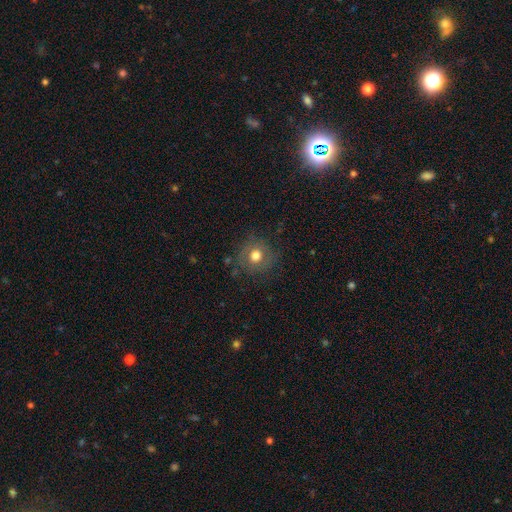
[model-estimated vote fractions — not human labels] Smooth or featured: smooth — 71% (featured or disk — 18%)
How rounded: round — 85% (in between — 14%)
Merging: none — 79% (minor disturbance — 14%)